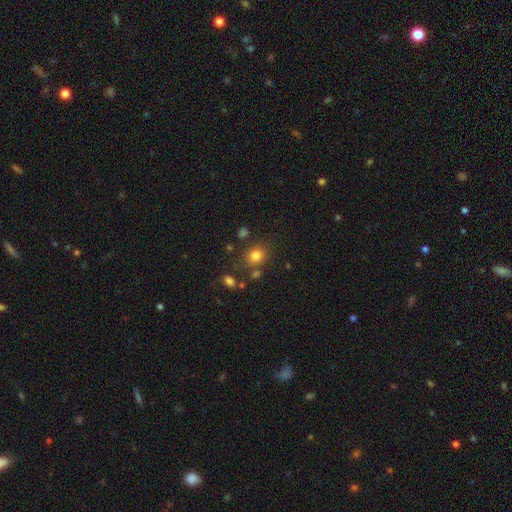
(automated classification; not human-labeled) Smooth or featured? Predicted: smooth (p=0.79). How rounded? Predicted: round (p=0.71). Merging? Predicted: none (p=0.76).